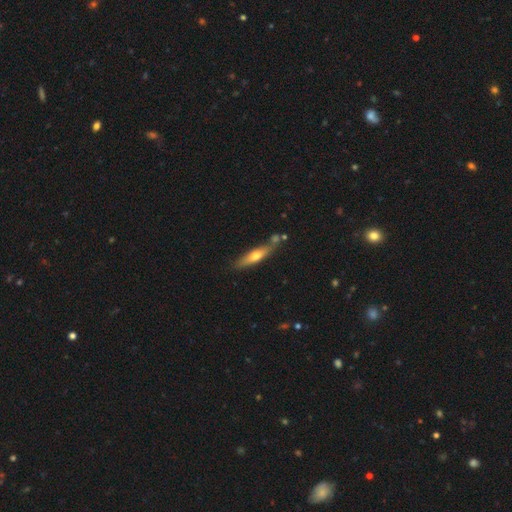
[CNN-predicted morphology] smooth-or-featured: smooth: 52% | featured or disk: 42% | star or artifact: 6%
  how-rounded: cigar-shaped: 78% | in between: 20% | round: 2%
  merging: none: 67% | minor disturbance: 17% | merger: 12% | major disturbance: 4%